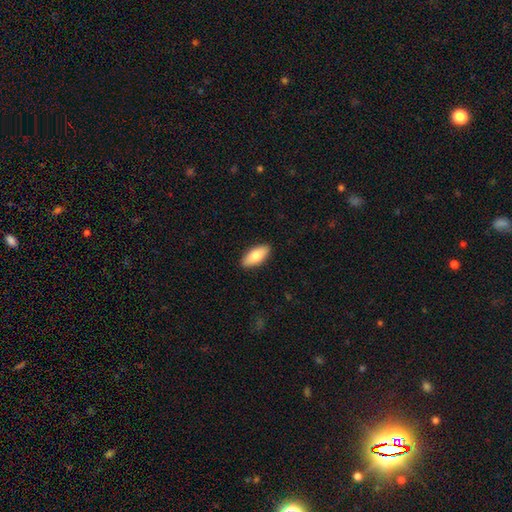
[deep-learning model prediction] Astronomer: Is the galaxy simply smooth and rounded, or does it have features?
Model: smooth — 77%.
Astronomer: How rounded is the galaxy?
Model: in between — 84%.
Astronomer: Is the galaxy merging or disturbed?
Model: none — 90%.